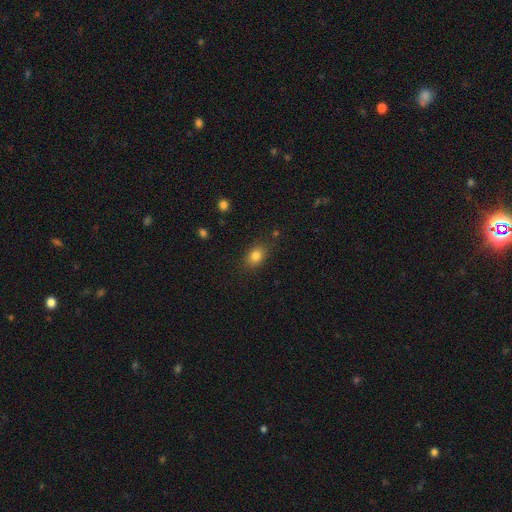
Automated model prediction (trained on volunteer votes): Smooth or featured? Predicted: smooth (p=0.81). How rounded? Predicted: in between (p=0.74). Merging? Predicted: none (p=0.81).